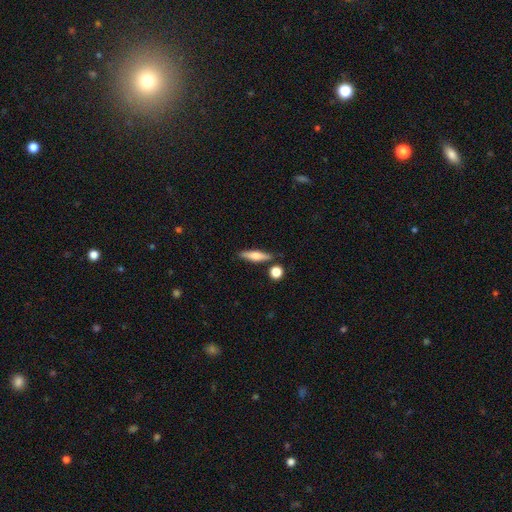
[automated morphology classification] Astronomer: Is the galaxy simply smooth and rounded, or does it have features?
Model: smooth — 58% (runner-up: featured or disk, 35%).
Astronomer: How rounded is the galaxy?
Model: cigar-shaped — 66%.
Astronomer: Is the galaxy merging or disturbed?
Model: none — 79%.